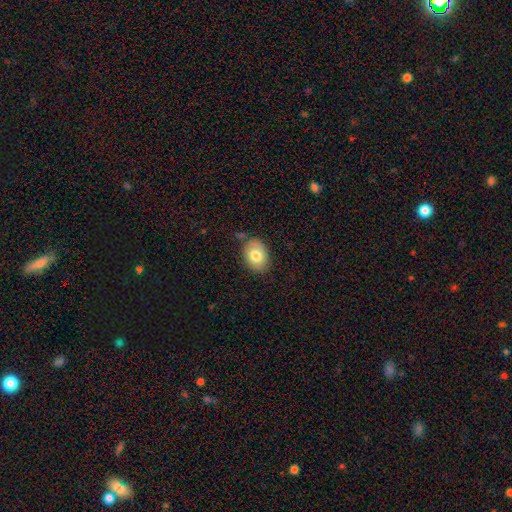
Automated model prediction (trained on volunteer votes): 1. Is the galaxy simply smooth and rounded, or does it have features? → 76% smooth, 17% featured or disk, 7% star or artifact.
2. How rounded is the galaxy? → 71% in between, 28% round, 1% cigar-shaped.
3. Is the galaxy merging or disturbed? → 74% none, 18% minor disturbance, 4% major disturbance, 4% merger.